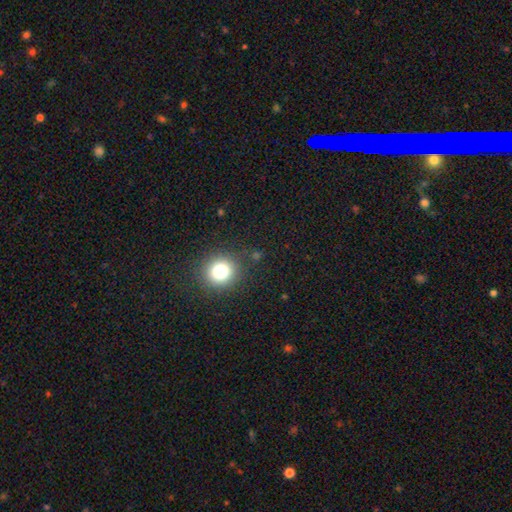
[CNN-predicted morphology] Q: Smooth or featured?
A: smooth (76%); runner-up: star or artifact (18%)
Q: How rounded?
A: round (86%); runner-up: in between (13%)
Q: Merging?
A: none (88%); runner-up: minor disturbance (7%)